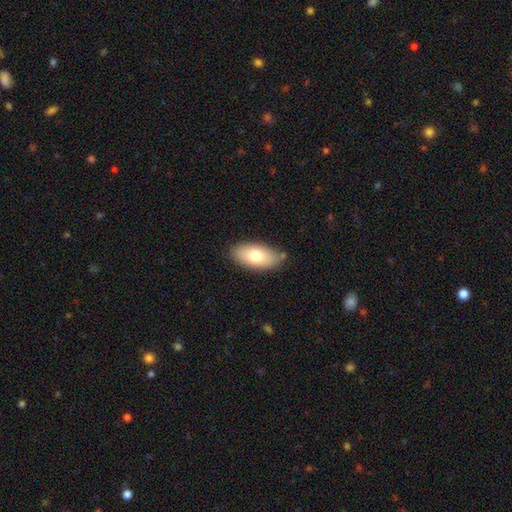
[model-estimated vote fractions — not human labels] Smooth or featured: smooth — 74% (featured or disk — 19%)
How rounded: in between — 92% (cigar-shaped — 5%)
Merging: none — 78% (minor disturbance — 16%)